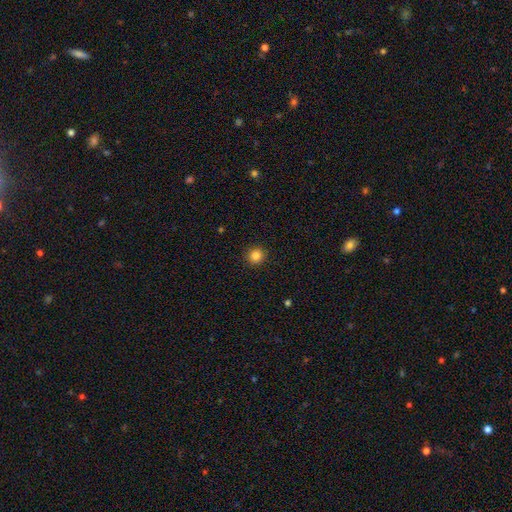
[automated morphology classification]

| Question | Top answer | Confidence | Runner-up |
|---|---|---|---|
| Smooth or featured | smooth | 85% | star or artifact (11%) |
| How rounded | round | 93% | in between (6%) |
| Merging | none | 92% | minor disturbance (5%) |